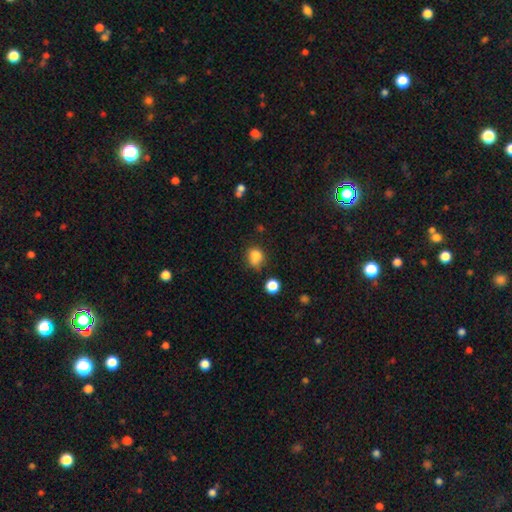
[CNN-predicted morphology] This appears to be a smooth galaxy with no disk features (80%) that is round (67%). Merging: none (53%).